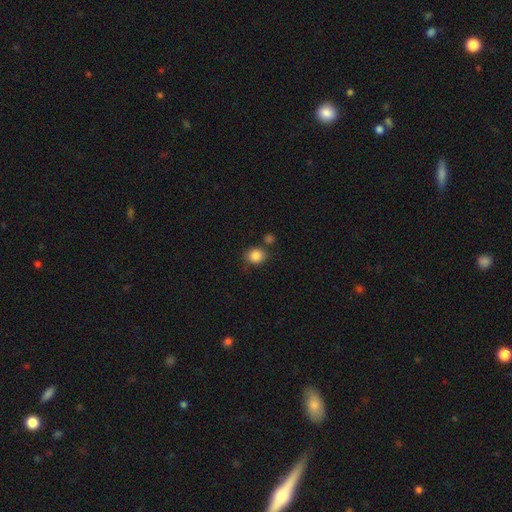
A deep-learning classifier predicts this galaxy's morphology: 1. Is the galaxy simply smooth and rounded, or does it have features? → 86% smooth, 9% star or artifact, 4% featured or disk.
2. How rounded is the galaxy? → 69% round, 30% in between, 1% cigar-shaped.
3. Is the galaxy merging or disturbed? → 71% none, 14% minor disturbance, 11% merger, 4% major disturbance.